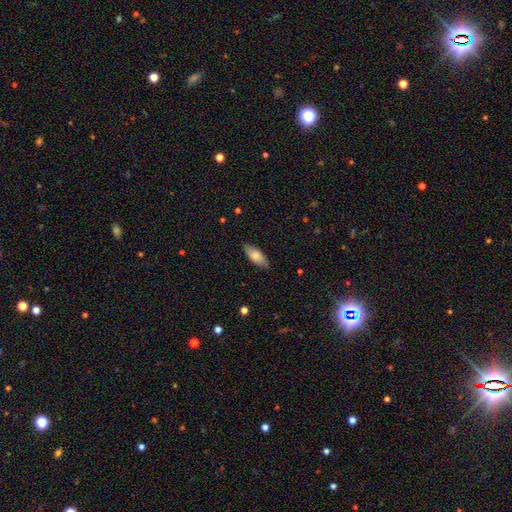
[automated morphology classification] Smooth or featured? smooth (81%)
How rounded? in between (80%)
Merging? none (85%)